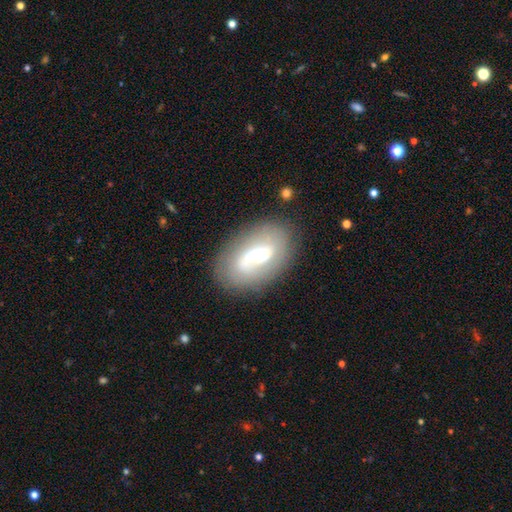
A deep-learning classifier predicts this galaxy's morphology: A featured or disk galaxy (56%) with a weak bar (39%), spiral arms (51%) and a moderate central bulge (43%). Merging: none (66%).